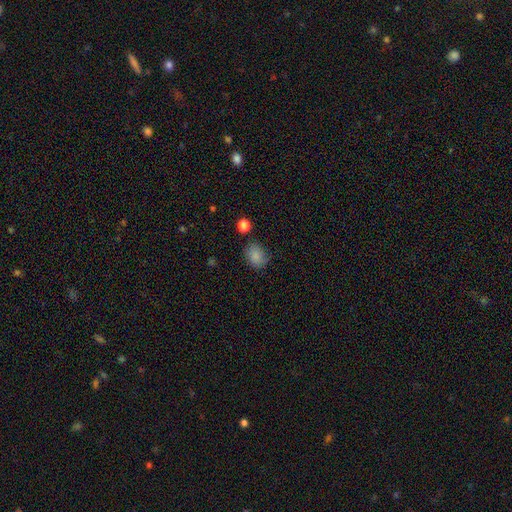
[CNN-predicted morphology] This is clearly a smooth galaxy (80%). How rounded: possibly in between (50%). Merging: likely none (67%).